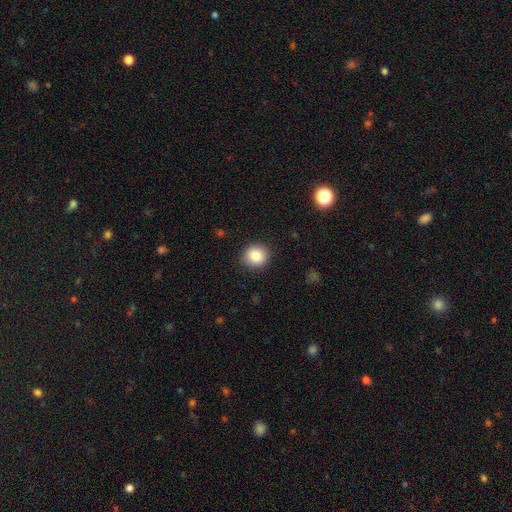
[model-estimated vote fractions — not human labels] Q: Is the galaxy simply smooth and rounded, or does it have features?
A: smooth — 86%.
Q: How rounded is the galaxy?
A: round — 85%.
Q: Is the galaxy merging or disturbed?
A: none — 90%.